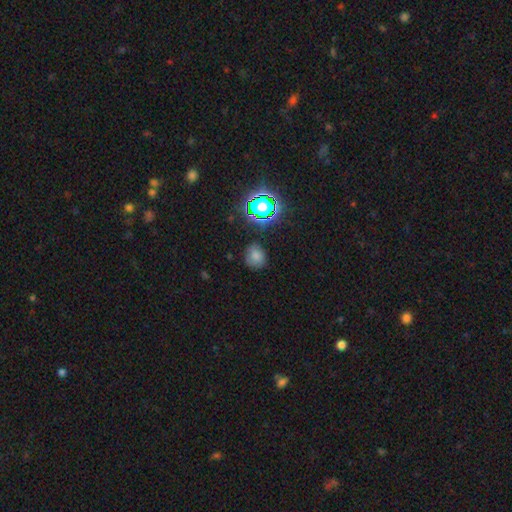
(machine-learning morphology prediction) A smooth galaxy with no disk features (57%) that is round (76%).

Vote fractions:
- Smooth or featured? smooth: 57% / star or artifact: 32% / featured or disk: 10%
- How rounded? round: 76% / in between: 23% / cigar-shaped: 1%
- Merging? none: 81% / minor disturbance: 13% / major disturbance: 4% / merger: 2%